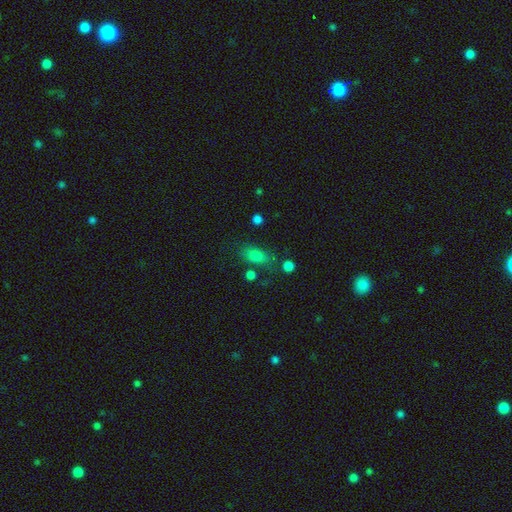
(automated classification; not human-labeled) Q: Smooth or featured?
A: smooth (78%); runner-up: star or artifact (12%)
Q: How rounded?
A: in between (82%); runner-up: round (10%)
Q: Merging?
A: none (62%); runner-up: minor disturbance (19%)